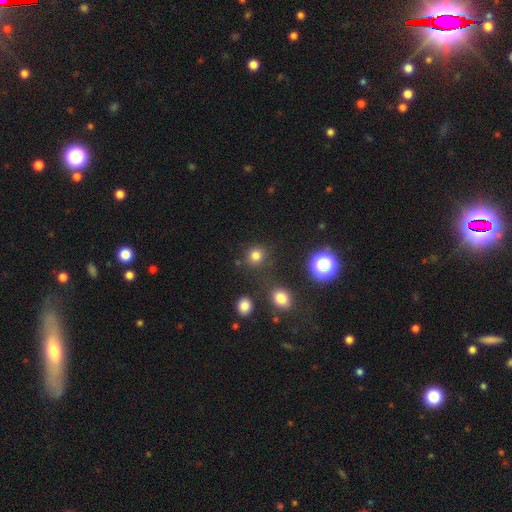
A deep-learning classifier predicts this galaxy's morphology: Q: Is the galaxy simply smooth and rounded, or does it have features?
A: smooth — 77%.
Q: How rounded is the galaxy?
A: round — 87%.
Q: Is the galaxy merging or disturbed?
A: none — 83%.